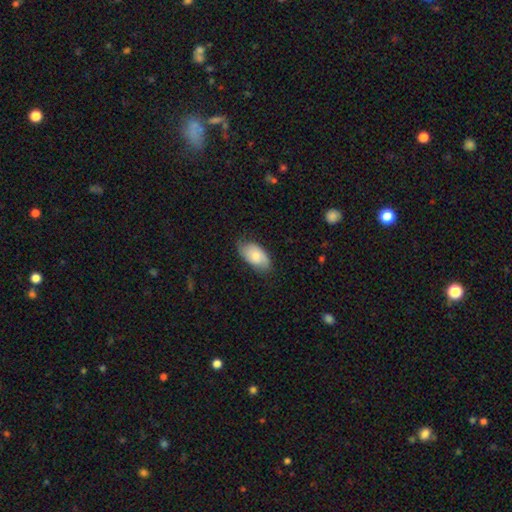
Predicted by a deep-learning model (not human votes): This is likely a smooth galaxy (66%). How rounded: clearly in between (94%). Merging: likely none (71%).